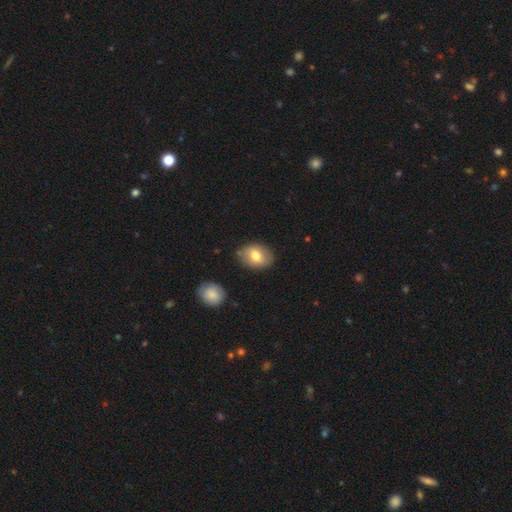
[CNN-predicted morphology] smooth_or_featured: smooth (p=0.72) [alt: featured or disk p=0.21]
how_rounded: in between (p=0.73) [alt: round p=0.26]
merging: none (p=0.82) [alt: minor disturbance p=0.13]